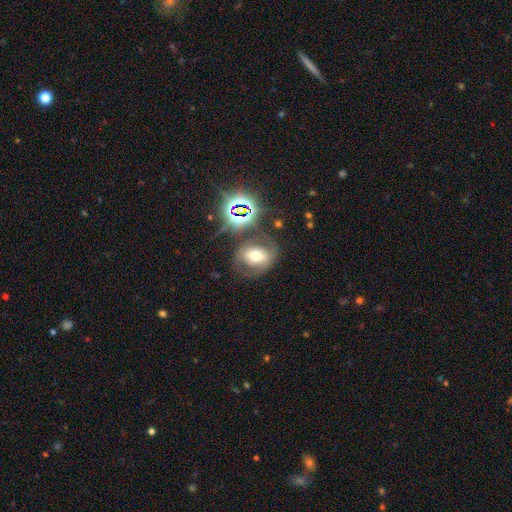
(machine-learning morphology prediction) This appears to be a smooth galaxy with no disk features (44%). Merging: none (62%).